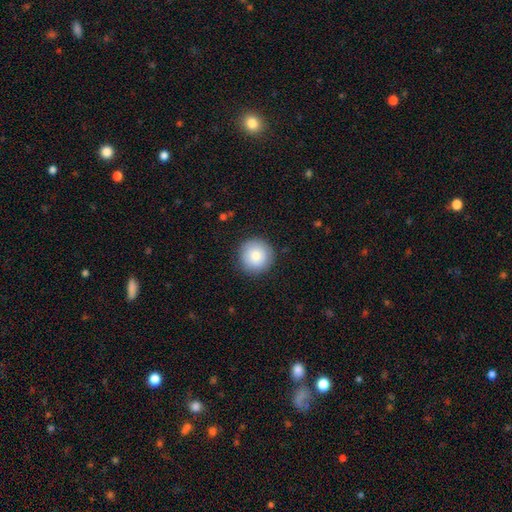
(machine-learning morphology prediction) Overall: smooth (80%). How rounded: round (96%). Merging: none (89%).